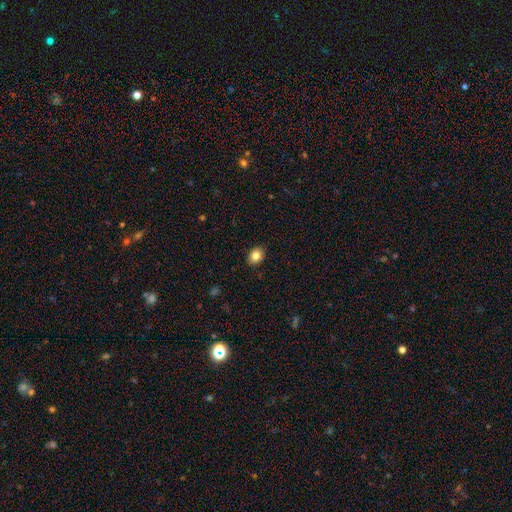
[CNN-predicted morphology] smooth-or-featured: smooth: 83% | star or artifact: 9% | featured or disk: 8%
  how-rounded: in between: 65% | round: 34% | cigar-shaped: 1%
  merging: none: 89% | minor disturbance: 8% | major disturbance: 2% | merger: 1%